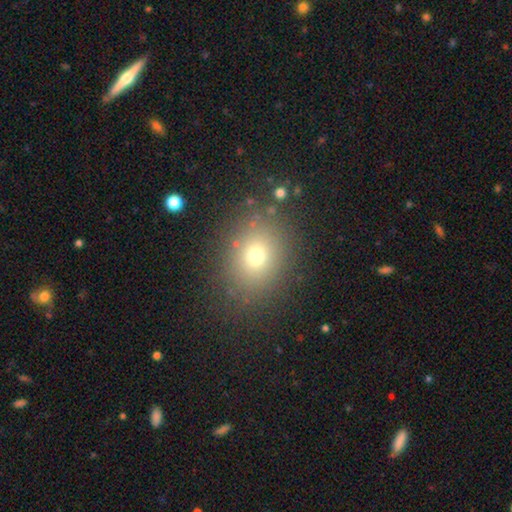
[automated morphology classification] Smooth or featured? Predicted: smooth (p=0.71). How rounded? Predicted: round (p=0.53). Merging? Predicted: none (p=0.85).